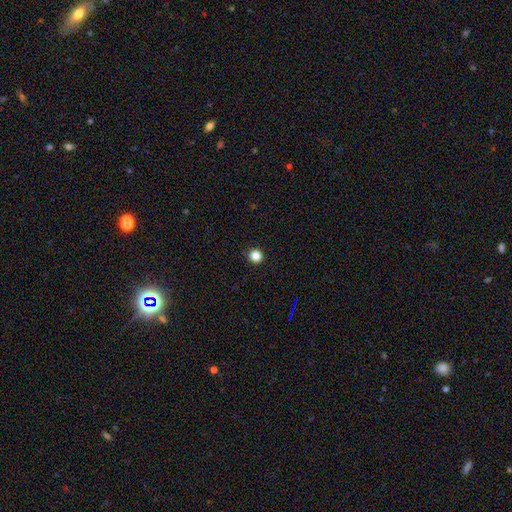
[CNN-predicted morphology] Smooth or featured? smooth (85%)
How rounded? round (96%)
Merging? none (93%)